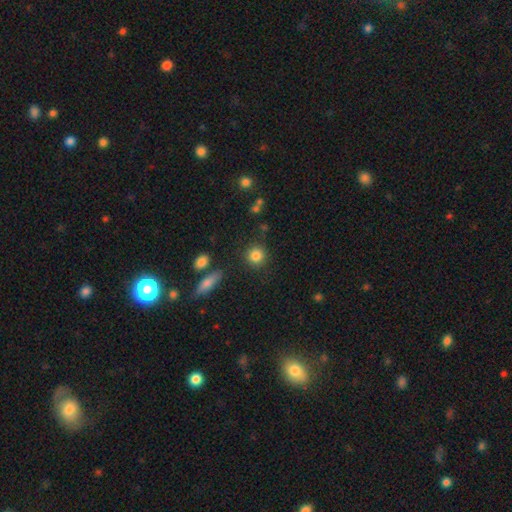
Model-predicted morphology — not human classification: A smooth galaxy with no disk features (85%) that is round (89%).

Vote fractions:
- Smooth or featured? smooth: 85% / star or artifact: 9% / featured or disk: 6%
- How rounded? round: 89% / in between: 9% / cigar-shaped: 1%
- Merging? none: 84% / minor disturbance: 9% / merger: 4% / major disturbance: 3%